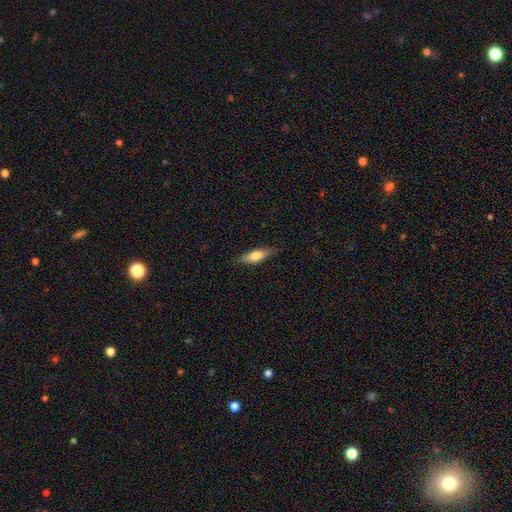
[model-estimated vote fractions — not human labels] A smooth galaxy with no disk features (65%) that is in between round and cigar-shaped (51%). Merging: none (81%).